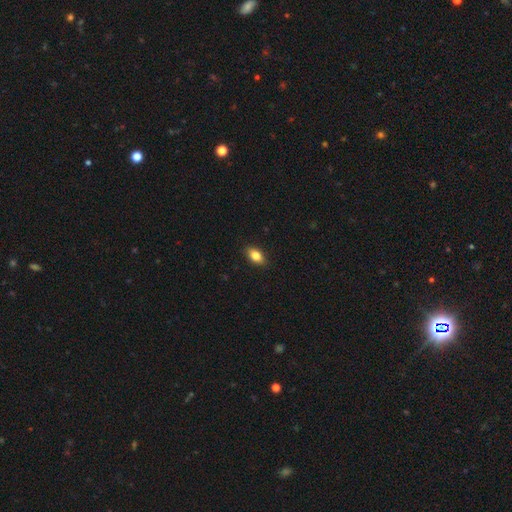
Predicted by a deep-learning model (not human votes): smooth-or-featured: smooth: 83% | featured or disk: 9% | star or artifact: 8%
  how-rounded: in between: 88% | round: 8% | cigar-shaped: 4%
  merging: none: 89% | minor disturbance: 9% | major disturbance: 2% | merger: 1%